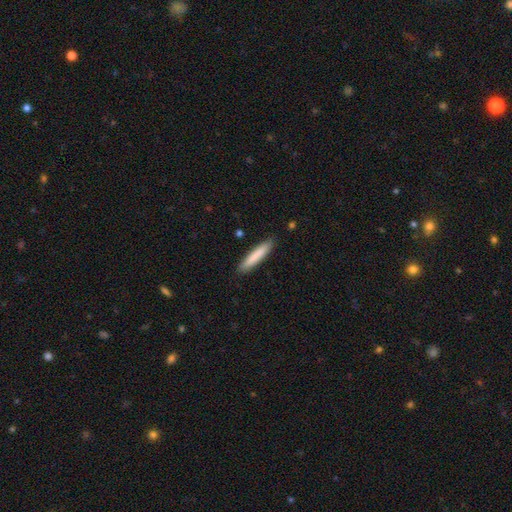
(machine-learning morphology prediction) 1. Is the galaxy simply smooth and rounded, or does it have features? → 82% smooth, 13% featured or disk, 6% star or artifact.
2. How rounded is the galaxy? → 90% cigar-shaped, 9% in between, 1% round.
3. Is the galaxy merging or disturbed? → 88% none, 9% minor disturbance, 2% major disturbance, 1% merger.